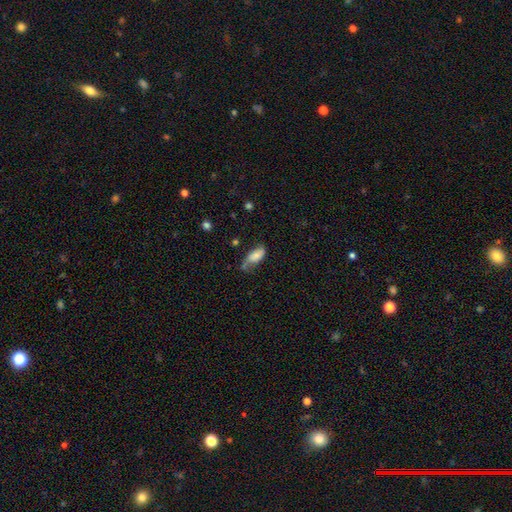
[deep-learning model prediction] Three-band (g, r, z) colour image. It shows a smooth galaxy with no disk features (76%) that is in between round and cigar-shaped (86%). Merging: none (44%).